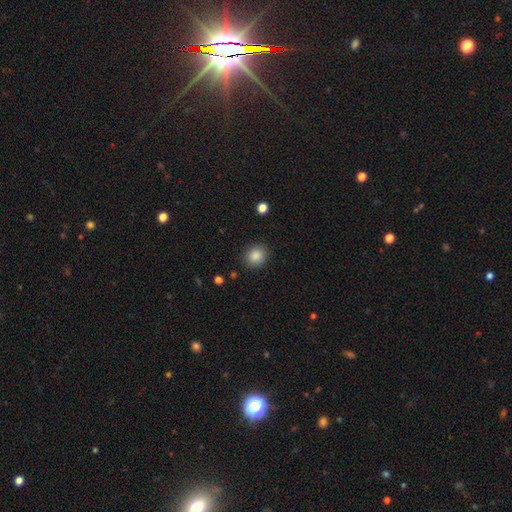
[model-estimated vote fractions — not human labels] Morphology: type=smooth (87%); roundness=round (75%); merging=none (88%).